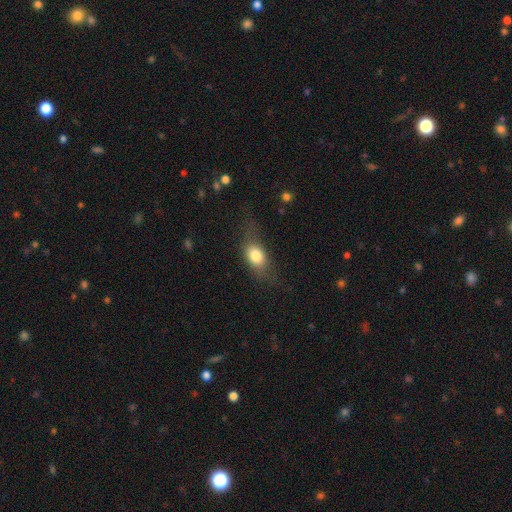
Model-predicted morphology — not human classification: This appears to be a smooth galaxy with no disk features (75%) that is in between round and cigar-shaped (73%). Merging: none (59%).